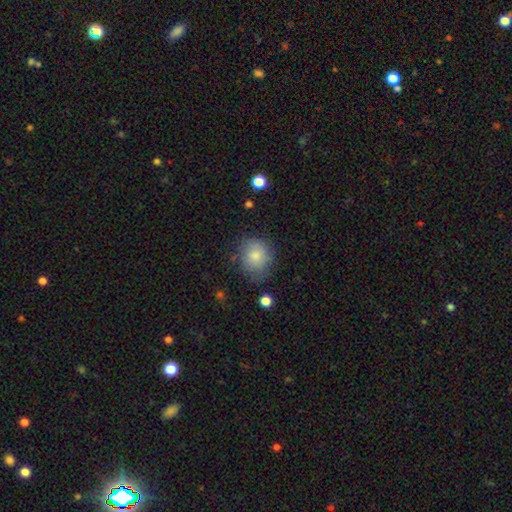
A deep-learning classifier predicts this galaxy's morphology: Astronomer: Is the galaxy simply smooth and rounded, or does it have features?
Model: smooth — 80%.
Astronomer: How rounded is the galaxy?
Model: round — 75%.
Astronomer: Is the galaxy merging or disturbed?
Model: none — 64%.